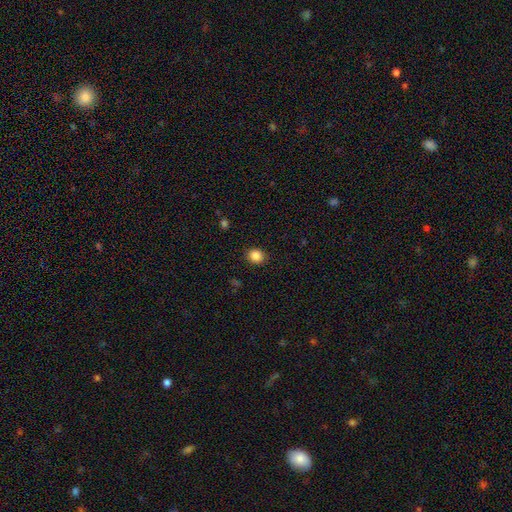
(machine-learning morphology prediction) Smooth or featured?
  - smooth: 86% *
  - star or artifact: 10%
  - featured or disk: 4%
How rounded?
  - round: 78% *
  - in between: 21%
  - cigar-shaped: 1%
Merging?
  - none: 90% *
  - minor disturbance: 7%
  - major disturbance: 2%
  - merger: 1%